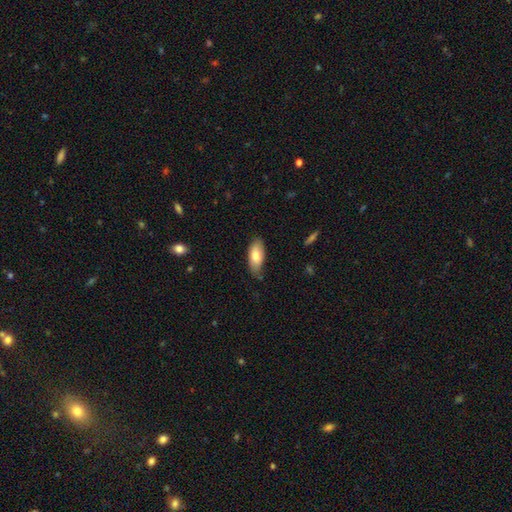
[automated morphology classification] Smooth or featured? smooth (80%)
How rounded? in between (87%)
Merging? none (75%)